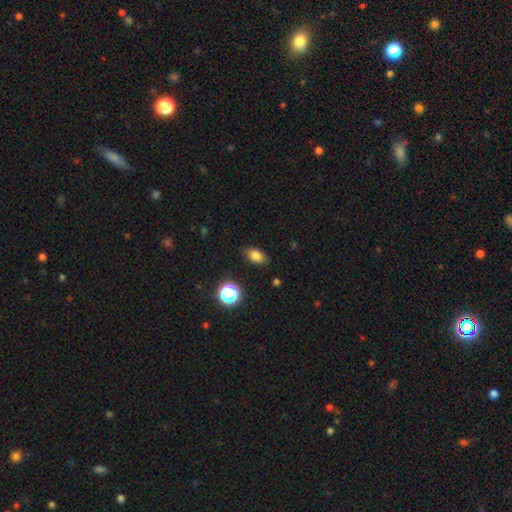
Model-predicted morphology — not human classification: A smooth galaxy with no disk features (81%) that is in between round and cigar-shaped (81%). Merging: none (82%).